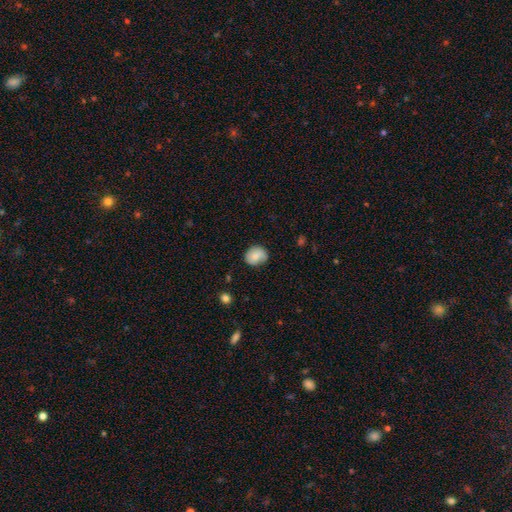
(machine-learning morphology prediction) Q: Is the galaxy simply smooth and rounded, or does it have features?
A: smooth — 76%.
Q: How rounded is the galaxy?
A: round — 70%.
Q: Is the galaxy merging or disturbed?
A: none — 72%.